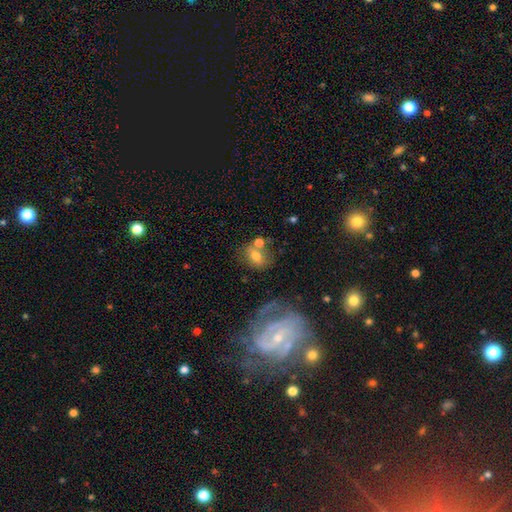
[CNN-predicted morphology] smooth 66%, featured or disk 23%, star or artifact 11%. Down the decision tree: how rounded — in between (57%); merging — none (52%).